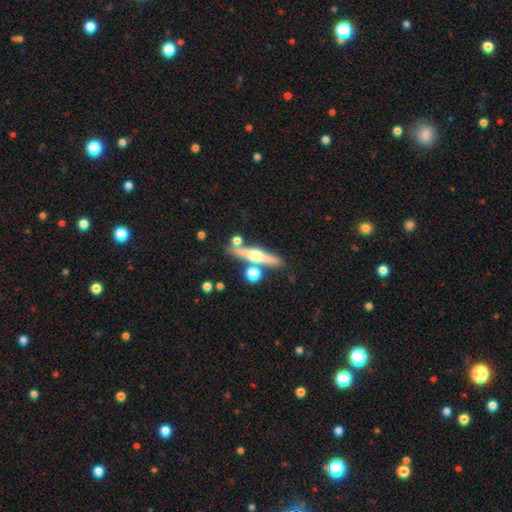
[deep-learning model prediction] Q: Smooth or featured?
A: featured or disk (71%); runner-up: smooth (22%)
Q: Edge-on disk?
A: yes (96%); runner-up: no (4%)
Q: Edge-on bulge?
A: rounded (95%); runner-up: boxy (2%)
Q: Merging?
A: none (78%); runner-up: merger (10%)